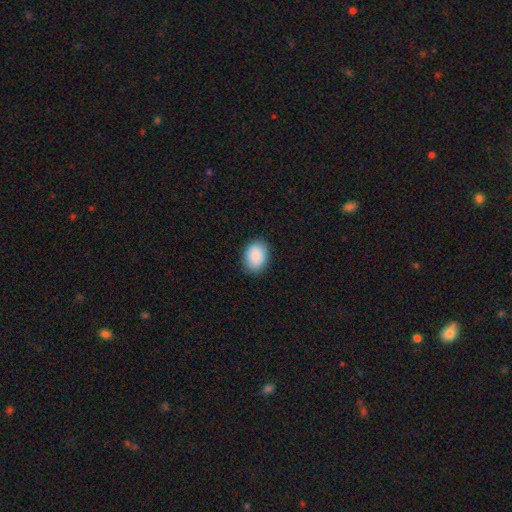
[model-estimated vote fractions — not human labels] Smooth or featured? smooth (89%)
How rounded? in between (72%)
Merging? none (87%)